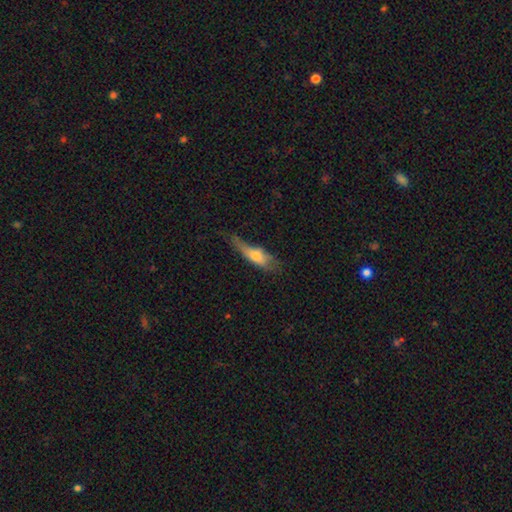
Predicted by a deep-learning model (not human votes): smooth 62%, featured or disk 30%, star or artifact 7%. Down the decision tree: how rounded — cigar-shaped (50%); merging — minor disturbance (35%).